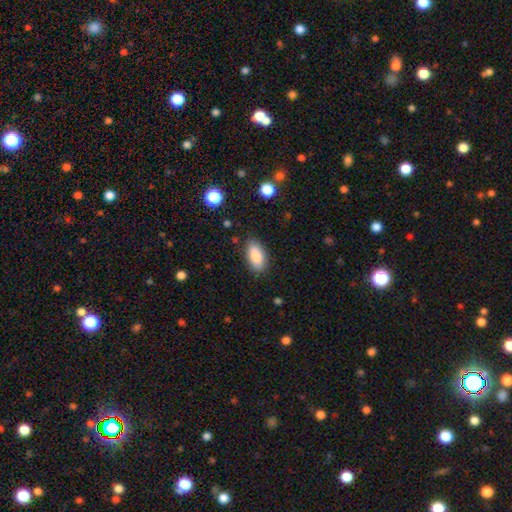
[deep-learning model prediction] This appears to be a smooth galaxy with no disk features (86%) that is in between round and cigar-shaped (89%). Merging: none (84%).